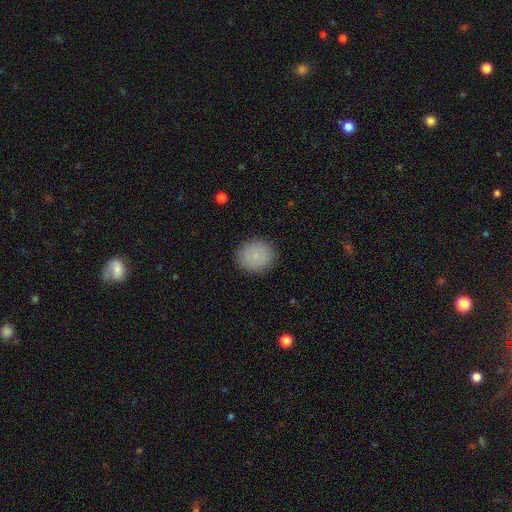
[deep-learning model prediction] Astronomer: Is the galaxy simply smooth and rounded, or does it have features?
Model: smooth — 84%.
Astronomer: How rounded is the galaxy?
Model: round — 82%.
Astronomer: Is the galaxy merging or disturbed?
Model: none — 90%.